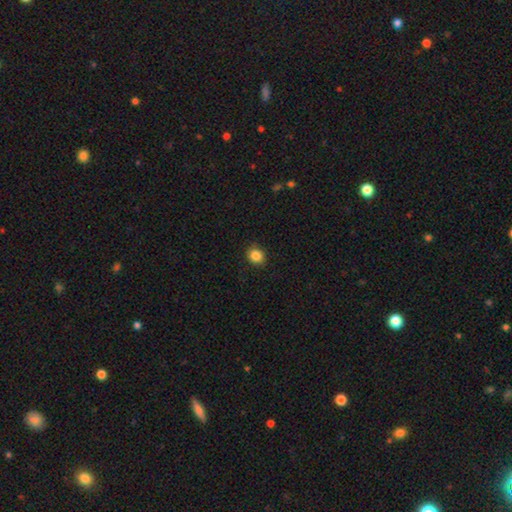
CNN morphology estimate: smooth-or-featured: smooth: 86% | star or artifact: 10% | featured or disk: 4%
  how-rounded: round: 74% | in between: 25% | cigar-shaped: 1%
  merging: none: 88% | minor disturbance: 9% | major disturbance: 2% | merger: 1%